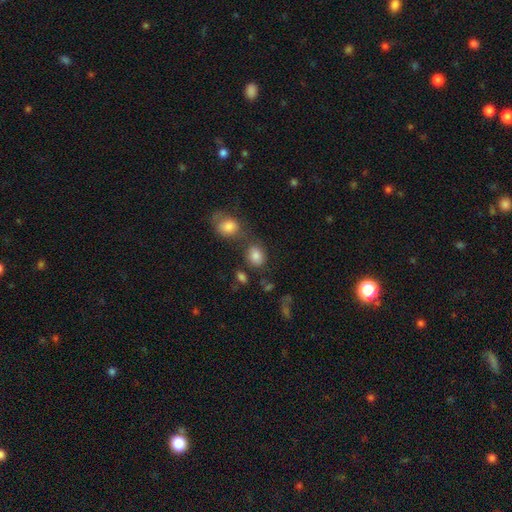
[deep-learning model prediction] This appears to be a smooth galaxy with no disk features (83%) that is in between round and cigar-shaped (53%). Merging: none (59%).